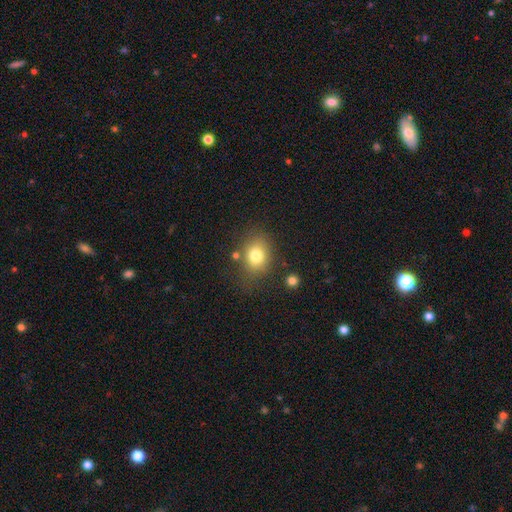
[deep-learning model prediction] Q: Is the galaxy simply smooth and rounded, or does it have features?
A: smooth — 78%.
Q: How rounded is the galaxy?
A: in between — 52%.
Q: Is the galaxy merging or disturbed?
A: none — 71%.